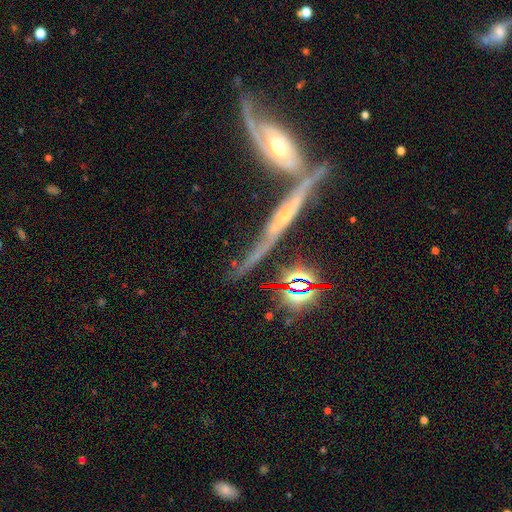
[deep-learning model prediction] smooth_or_featured: featured or disk (p=0.65) [alt: star or artifact p=0.19]
disk_edge_on: yes (p=0.86) [alt: no p=0.14]
edge_on_bulge: rounded (p=0.60) [alt: none p=0.27]
merging: none (p=0.58) [alt: merger p=0.18]